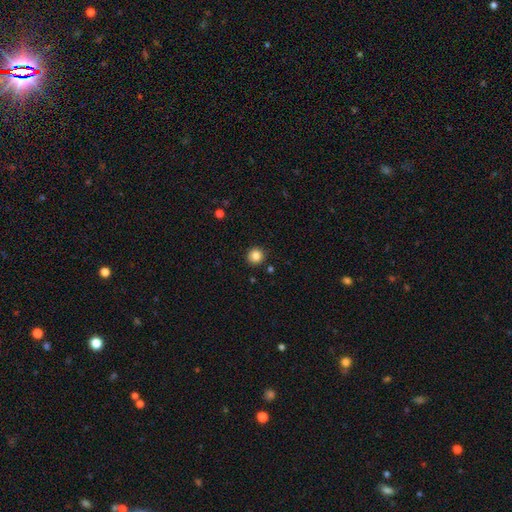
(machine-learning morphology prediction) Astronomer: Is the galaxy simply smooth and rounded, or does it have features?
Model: smooth — 85%.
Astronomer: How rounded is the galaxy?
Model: round — 94%.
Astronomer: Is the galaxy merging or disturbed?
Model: none — 91%.